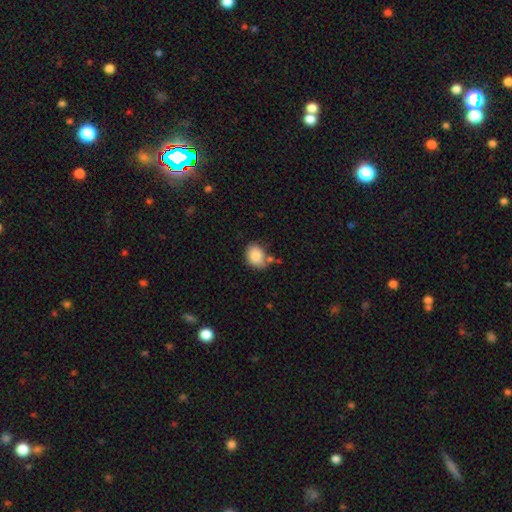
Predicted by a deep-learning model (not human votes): smooth_or_featured: smooth (p=0.86) [alt: star or artifact p=0.08]
how_rounded: in between (p=0.59) [alt: round p=0.40]
merging: none (p=0.66) [alt: minor disturbance p=0.20]